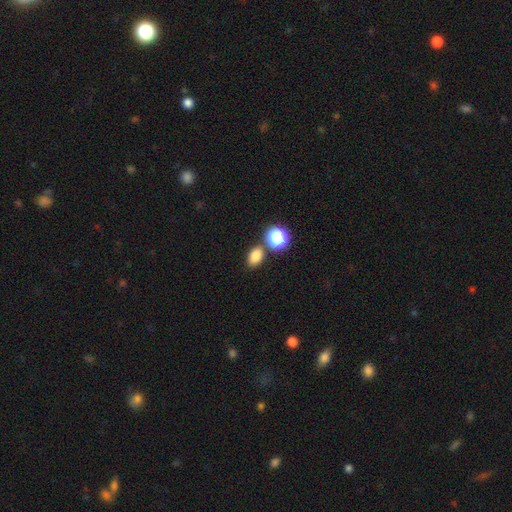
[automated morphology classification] type=smooth (82%); roundness=in between (74%); merging=none (72%).